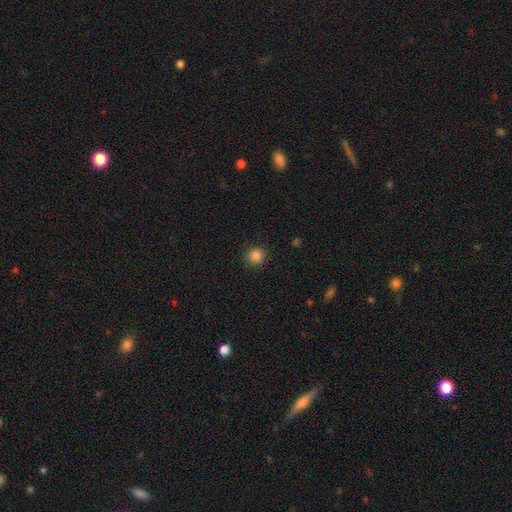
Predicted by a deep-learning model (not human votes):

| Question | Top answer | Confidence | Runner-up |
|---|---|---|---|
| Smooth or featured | smooth | 85% | star or artifact (12%) |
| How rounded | round | 93% | in between (7%) |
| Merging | none | 91% | minor disturbance (6%) |